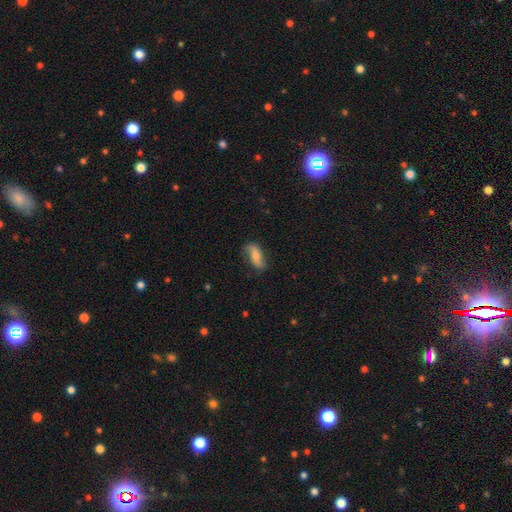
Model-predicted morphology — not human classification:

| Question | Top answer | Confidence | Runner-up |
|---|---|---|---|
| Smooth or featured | smooth | 62% | featured or disk (31%) |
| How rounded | in between | 74% | cigar-shaped (22%) |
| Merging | none | 70% | minor disturbance (22%) |